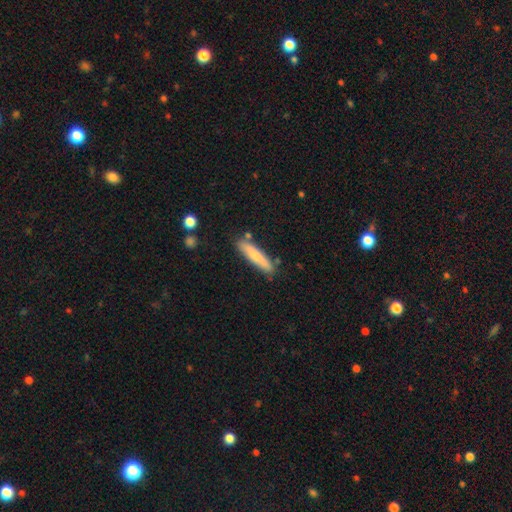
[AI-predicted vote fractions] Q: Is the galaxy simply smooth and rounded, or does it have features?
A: smooth — 74%.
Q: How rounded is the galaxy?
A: cigar-shaped — 87%.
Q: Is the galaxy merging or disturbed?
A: none — 82%.